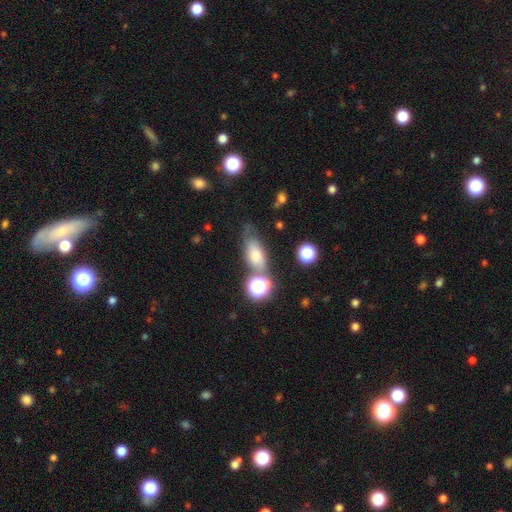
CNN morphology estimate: Smooth or featured? smooth (63%)
How rounded? in between (75%)
Merging? none (53%)